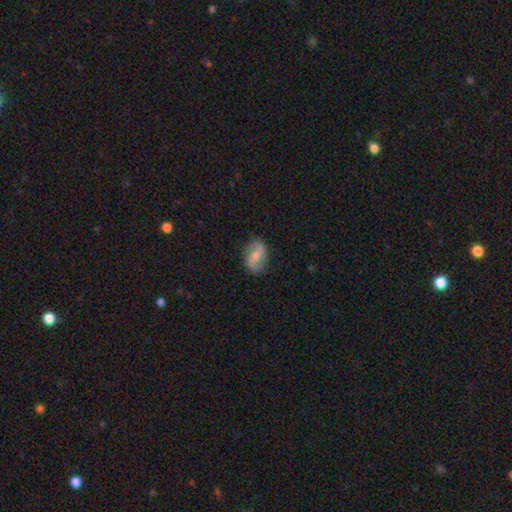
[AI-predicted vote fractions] A featured or disk galaxy (60%) with a weak bar (42%), spiral arms (80%) and a moderate central bulge (48%). Merging: none (81%).